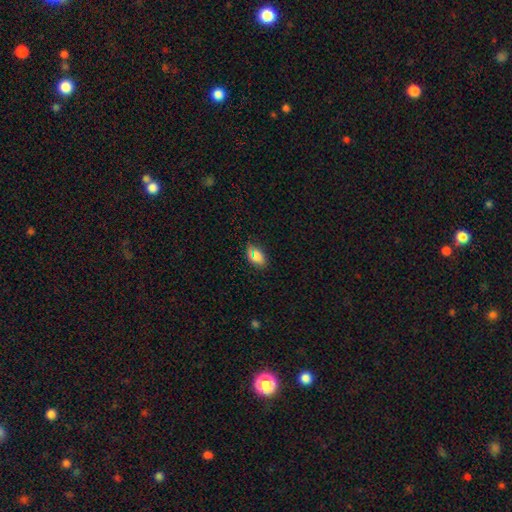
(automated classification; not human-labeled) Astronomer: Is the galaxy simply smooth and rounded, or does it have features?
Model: smooth — 72%.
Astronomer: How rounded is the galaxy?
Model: in between — 86%.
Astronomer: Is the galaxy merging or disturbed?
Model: none — 79%.